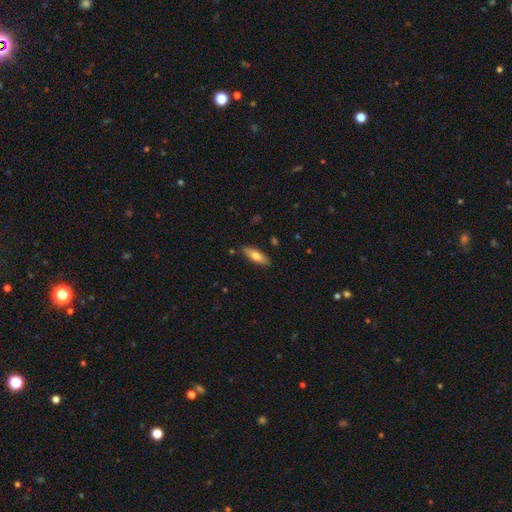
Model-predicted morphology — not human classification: Smooth or featured?
  - smooth: 75% *
  - featured or disk: 19%
  - star or artifact: 6%
How rounded?
  - in between: 59% *
  - cigar-shaped: 39%
  - round: 2%
Merging?
  - none: 83% *
  - minor disturbance: 12%
  - major disturbance: 2%
  - merger: 2%